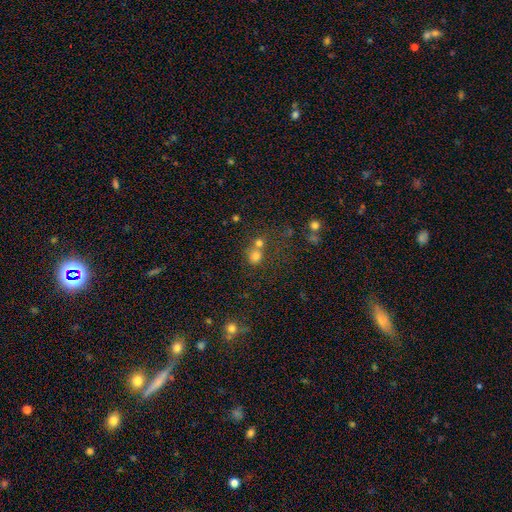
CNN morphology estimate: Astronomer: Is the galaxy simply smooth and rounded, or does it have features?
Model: smooth — 69%.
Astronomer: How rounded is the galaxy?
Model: round — 79%.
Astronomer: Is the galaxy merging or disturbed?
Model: none — 45% (runner-up: merger, 42%).